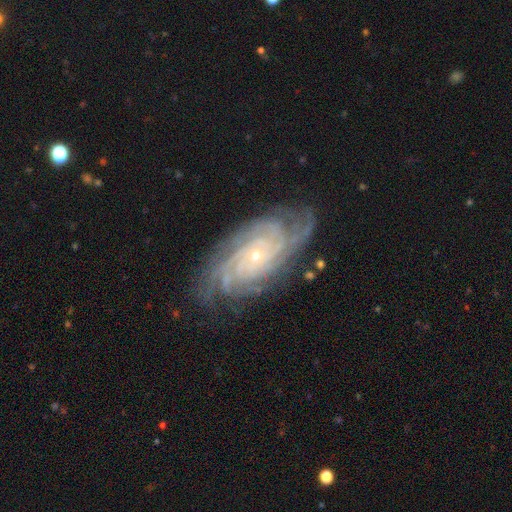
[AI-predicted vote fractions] smooth-or-featured: featured or disk: 89% | star or artifact: 6% | smooth: 5%
  disk-edge-on: no: 96% | yes: 4%
    bar: no: 77% | weak: 17% | strong: 6%
    has-spiral-arms: yes: 98% | no: 2%
      spiral-winding: tight: 78% | medium: 19% | loose: 3%
      spiral-arm-count: 4: 28% | more than 4: 26% | can't tell: 18% | 3: 12% | 2: 9% | 1: 7%
    bulge-size: small: 81% | moderate: 16% | none: 1% | large: 1% | dominant: 1%
  merging: none: 79% | minor disturbance: 15% | major disturbance: 5% | merger: 1%